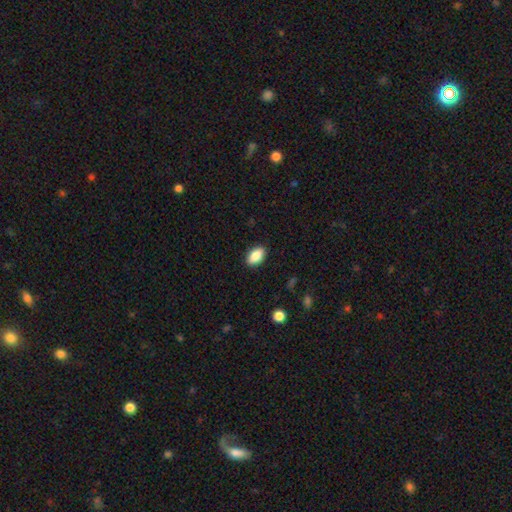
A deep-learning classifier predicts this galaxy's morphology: A smooth galaxy with no disk features (86%) that is in between round and cigar-shaped (92%).

Vote fractions:
- Smooth or featured? smooth: 86% / star or artifact: 7% / featured or disk: 7%
- How rounded? in between: 92% / round: 5% / cigar-shaped: 3%
- Merging? none: 89% / minor disturbance: 8% / major disturbance: 2% / merger: 1%